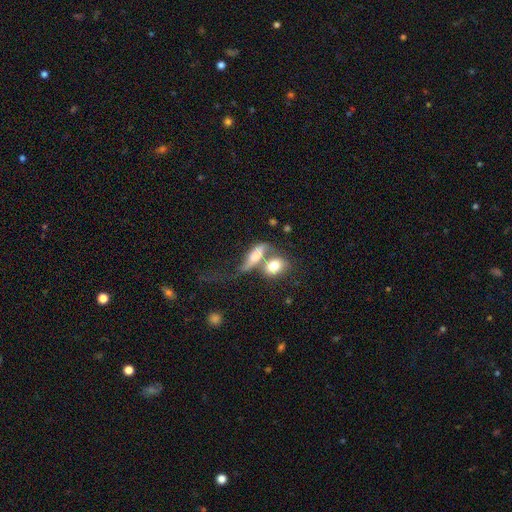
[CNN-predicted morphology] Overall: smooth (64%; featured or disk 27%). How rounded: in between (70%). Merging: merger (62%).